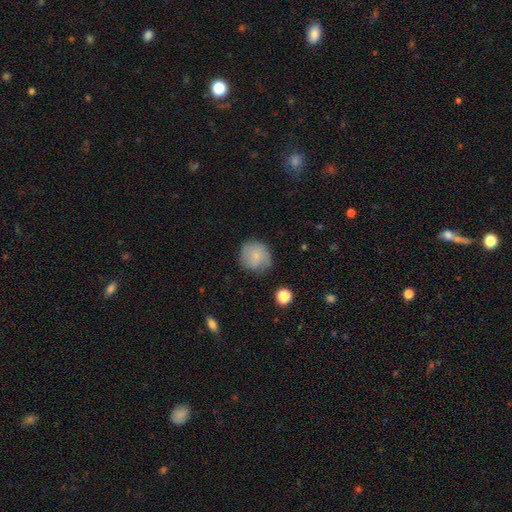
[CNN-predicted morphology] The model was most divided on "merging": none: 65%, minor disturbance: 25%, major disturbance: 7%, merger: 2%. More confident: how rounded — round (88%); smooth or featured — smooth (75%).